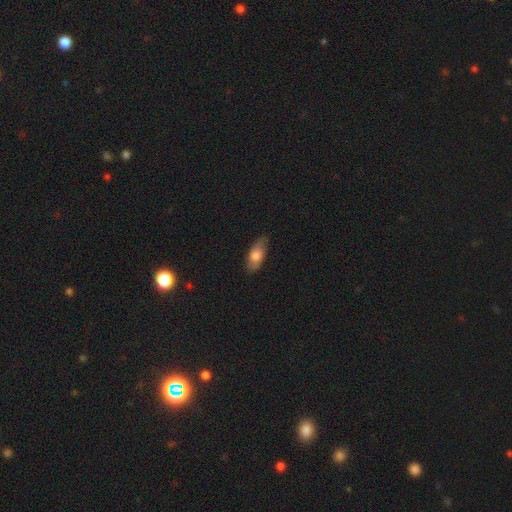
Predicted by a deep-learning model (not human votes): Smooth or featured?
  - smooth: 71% *
  - featured or disk: 22%
  - star or artifact: 6%
How rounded?
  - in between: 82% *
  - cigar-shaped: 14%
  - round: 4%
Merging?
  - none: 77% *
  - minor disturbance: 18%
  - major disturbance: 3%
  - merger: 1%